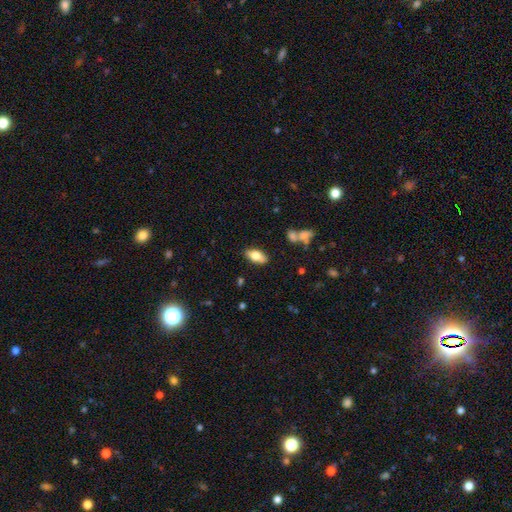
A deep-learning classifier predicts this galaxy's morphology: A smooth galaxy with no disk features (72%) that is in between round and cigar-shaped (86%).

Vote fractions:
- Smooth or featured? smooth: 72% / featured or disk: 21% / star or artifact: 7%
- How rounded? in between: 86% / cigar-shaped: 11% / round: 3%
- Merging? none: 85% / minor disturbance: 11% / major disturbance: 2% / merger: 2%